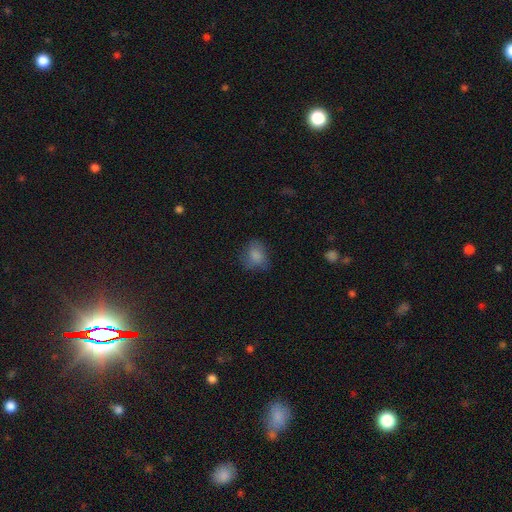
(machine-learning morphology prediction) A smooth galaxy with no disk features (81%) that is in between round and cigar-shaped (50%).

Vote fractions:
- Smooth or featured? smooth: 81% / star or artifact: 10% / featured or disk: 9%
- How rounded? in between: 50% / round: 49% / cigar-shaped: 1%
- Merging? none: 64% / minor disturbance: 25% / major disturbance: 10% / merger: 2%